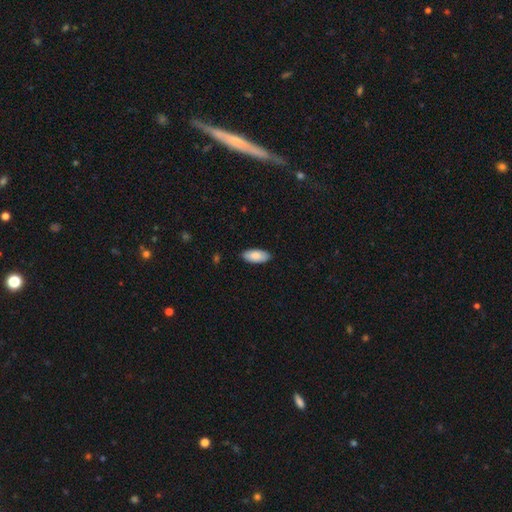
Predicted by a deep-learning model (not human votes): This appears to be a smooth galaxy with no disk features (85%) that is in between round and cigar-shaped (92%). Merging: none (88%).